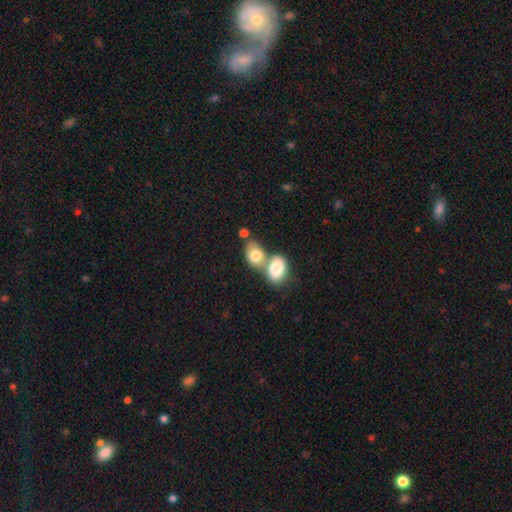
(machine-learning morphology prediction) type=smooth (79%); roundness=in between (80%); merging=merger (62%).